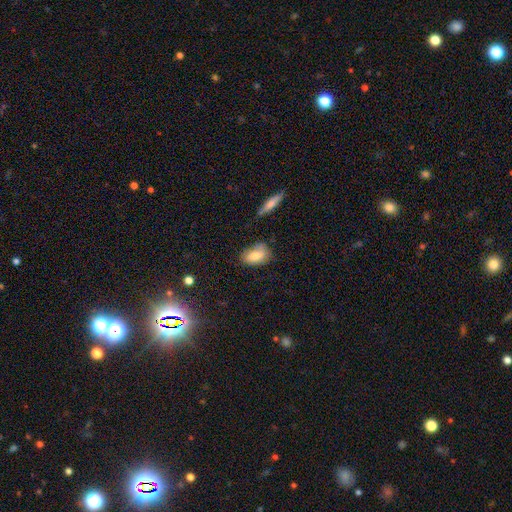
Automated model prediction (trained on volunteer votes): Smooth or featured? smooth (80%)
How rounded? in between (89%)
Merging? none (62%)